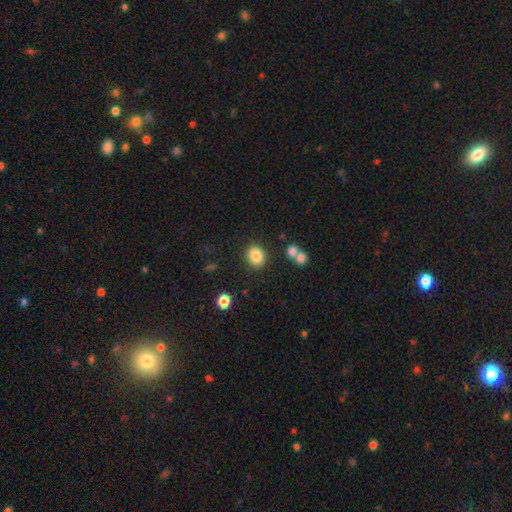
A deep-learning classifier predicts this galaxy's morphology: Smooth or featured? Predicted: smooth (p=0.84). How rounded? Predicted: round (p=0.55). Merging? Predicted: none (p=0.84).